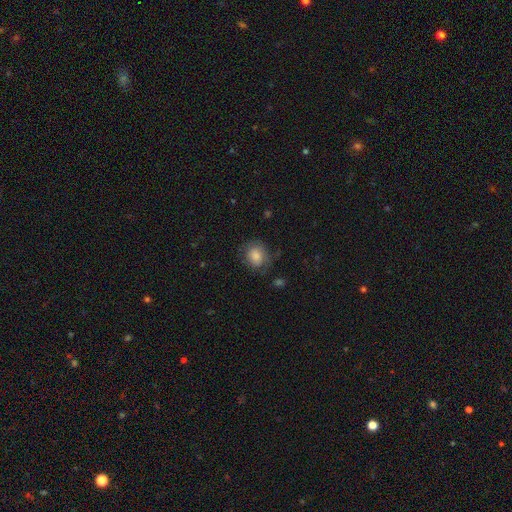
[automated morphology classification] Q: Smooth or featured?
A: smooth (72%); runner-up: featured or disk (18%)
Q: How rounded?
A: round (65%); runner-up: in between (34%)
Q: Merging?
A: none (69%); runner-up: minor disturbance (21%)